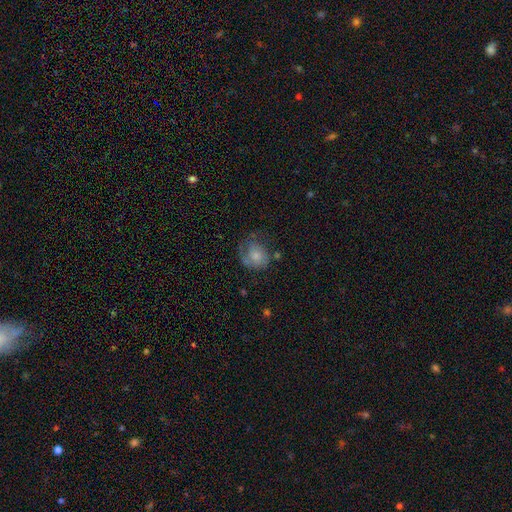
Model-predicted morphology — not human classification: Smooth or featured? Predicted: smooth (p=0.54). How rounded? Predicted: round (p=0.65). Merging? Predicted: none (p=0.42).